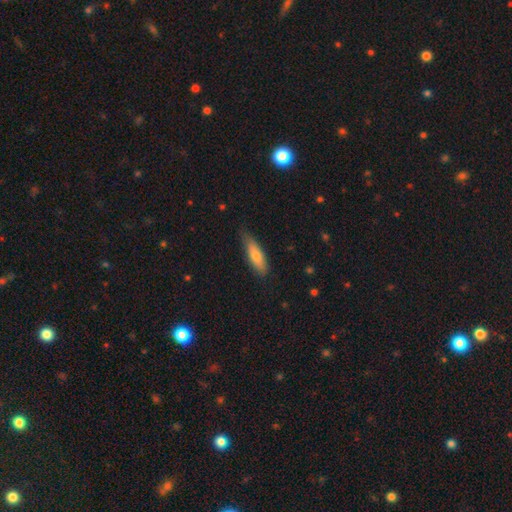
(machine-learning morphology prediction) Smooth or featured?
  - smooth: 70% *
  - featured or disk: 23%
  - star or artifact: 7%
How rounded?
  - cigar-shaped: 59% *
  - in between: 39%
  - round: 2%
Merging?
  - none: 72% *
  - minor disturbance: 23%
  - major disturbance: 3%
  - merger: 1%